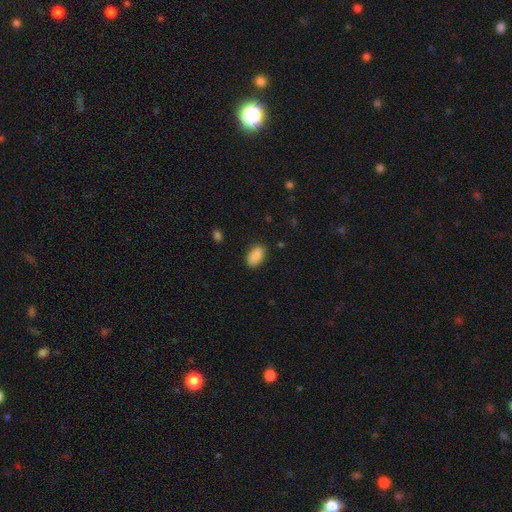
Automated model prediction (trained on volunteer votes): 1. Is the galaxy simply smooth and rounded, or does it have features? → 89% smooth, 7% star or artifact, 4% featured or disk.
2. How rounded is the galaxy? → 92% in between, 5% round, 3% cigar-shaped.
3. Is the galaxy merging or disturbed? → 83% none, 12% minor disturbance, 3% major disturbance, 1% merger.